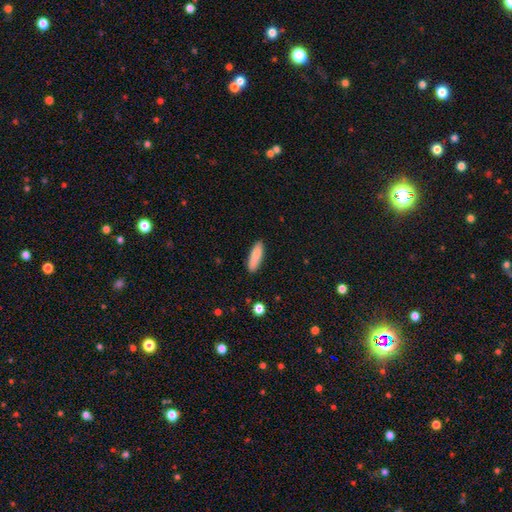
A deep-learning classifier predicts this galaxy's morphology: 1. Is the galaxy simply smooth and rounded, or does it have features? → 87% smooth, 7% featured or disk, 6% star or artifact.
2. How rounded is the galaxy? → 56% cigar-shaped, 43% in between, 2% round.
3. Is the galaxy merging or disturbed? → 87% none, 10% minor disturbance, 2% major disturbance, 1% merger.